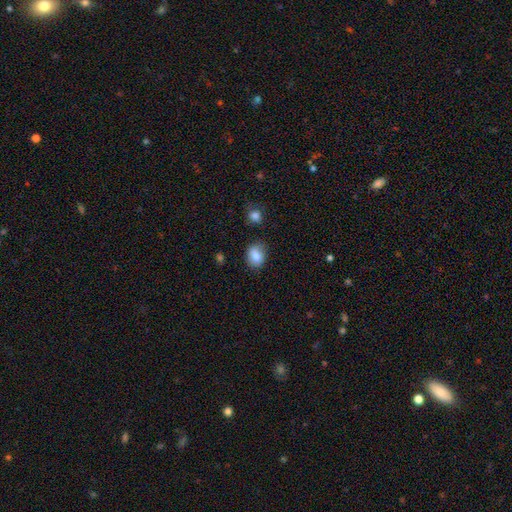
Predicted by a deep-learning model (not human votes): Morphology: type=smooth (82%); roundness=in between (57%); merging=none (71%).